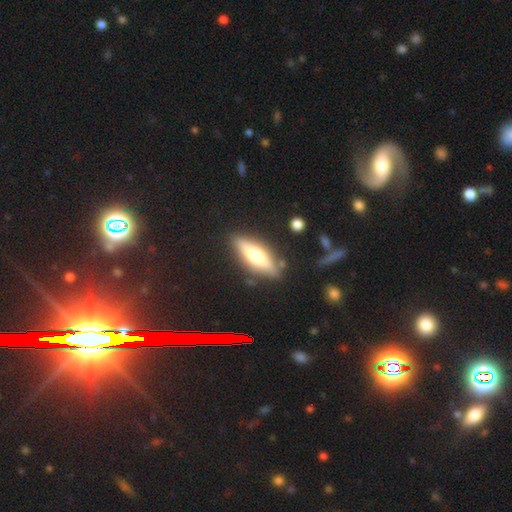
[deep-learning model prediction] Smooth or featured?
  - smooth: 46% * (tied)
  - featured or disk: 46% * (tied)
  - star or artifact: 7%
Merging?
  - none: 82% *
  - minor disturbance: 12%
  - major disturbance: 3%
  - merger: 3%